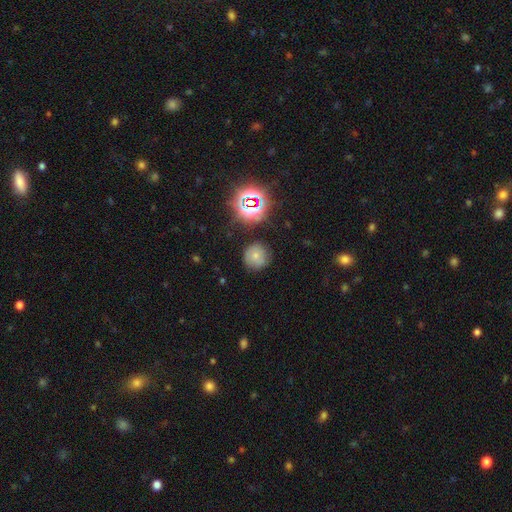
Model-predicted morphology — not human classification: Overall: smooth (61%). How rounded: round (92%). Merging: none (79%).